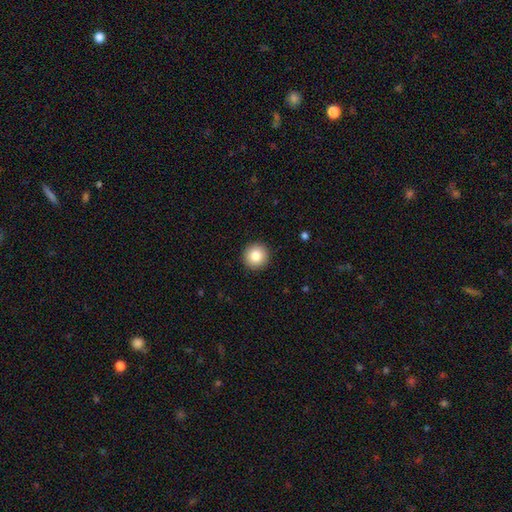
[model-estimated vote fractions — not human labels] Smooth or featured? Predicted: smooth (p=0.84). How rounded? Predicted: round (p=0.95). Merging? Predicted: none (p=0.93).